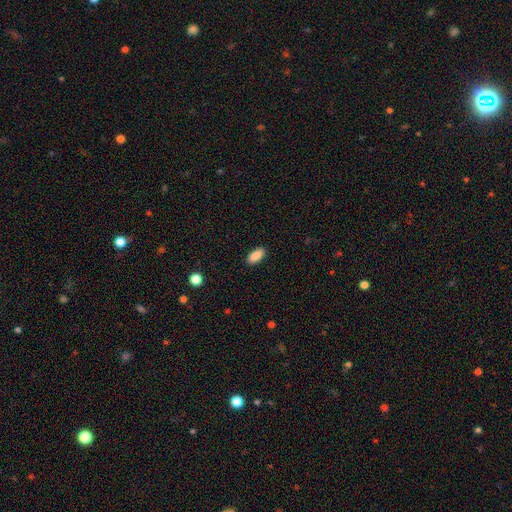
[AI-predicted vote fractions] This is clearly a smooth galaxy (89%). How rounded: clearly in between (90%). Merging: clearly none (90%).